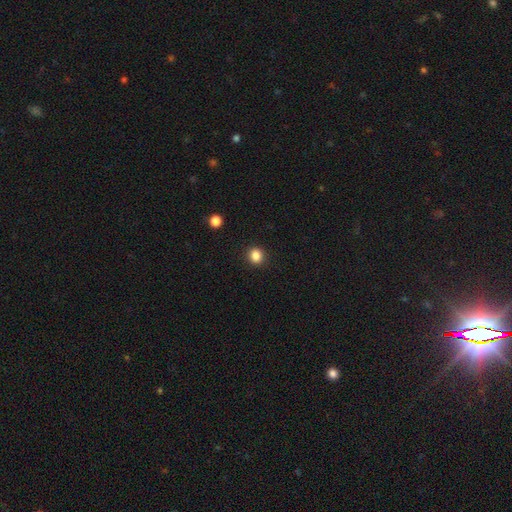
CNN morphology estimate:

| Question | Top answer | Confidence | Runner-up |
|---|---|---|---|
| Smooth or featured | smooth | 86% | star or artifact (11%) |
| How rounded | round | 82% | in between (17%) |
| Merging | none | 91% | minor disturbance (6%) |